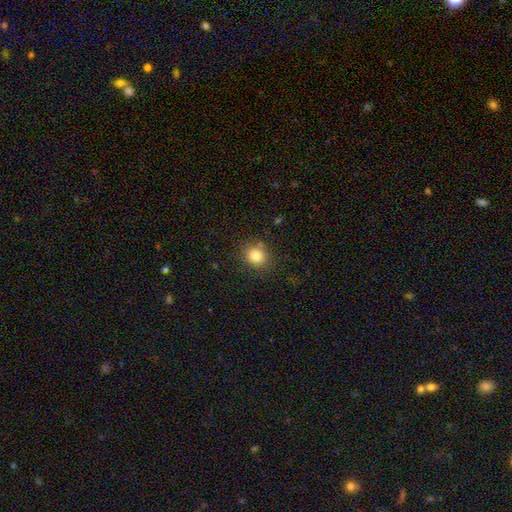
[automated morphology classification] Smooth or featured? Predicted: smooth (p=0.83). How rounded? Predicted: round (p=0.77). Merging? Predicted: none (p=0.83).